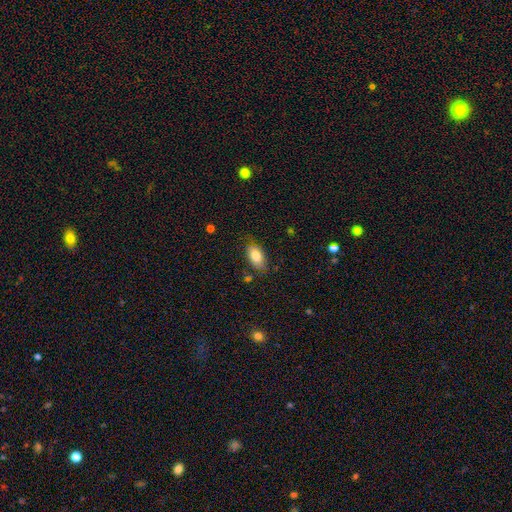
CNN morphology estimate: type=smooth (81%); roundness=in between (91%); merging=none (76%).